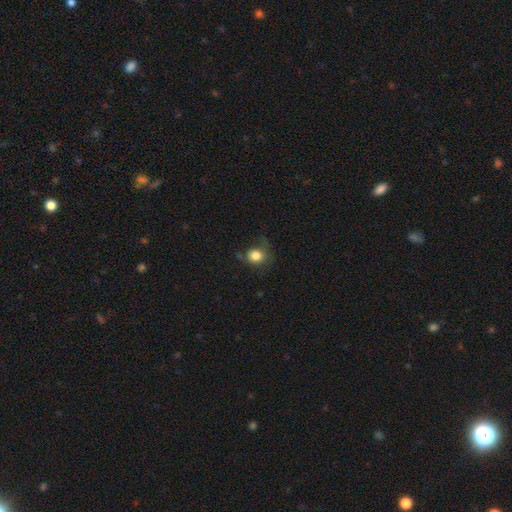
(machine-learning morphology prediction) This appears to be a smooth galaxy with no disk features (80%) that is round (72%). Merging: none (55%).